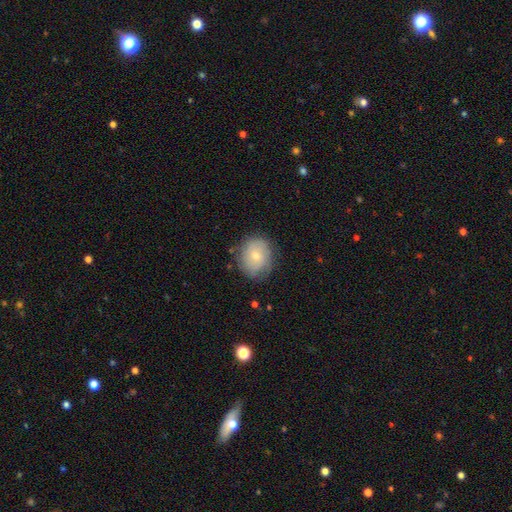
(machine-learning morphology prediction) Smooth or featured? smooth (67%)
How rounded? round (77%)
Merging? none (73%)